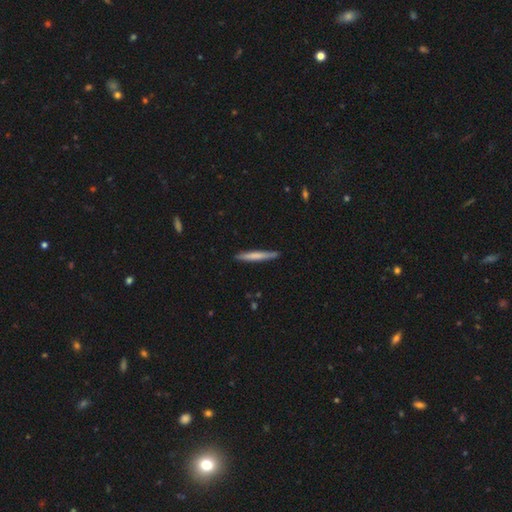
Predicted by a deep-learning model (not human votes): A smooth galaxy with no disk features (66%) that is cigar-shaped (96%). Merging: none (88%).